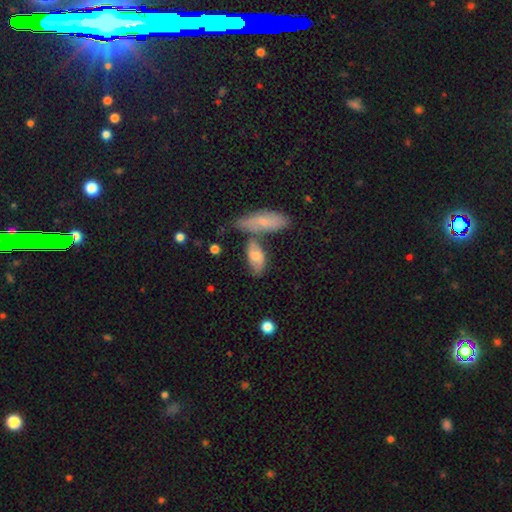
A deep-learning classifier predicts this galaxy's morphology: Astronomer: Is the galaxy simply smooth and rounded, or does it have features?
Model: smooth — 54% (runner-up: featured or disk, 39%).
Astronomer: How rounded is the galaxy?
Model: in between — 85%.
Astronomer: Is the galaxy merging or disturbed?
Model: none — 42% (runner-up: merger, 32%).